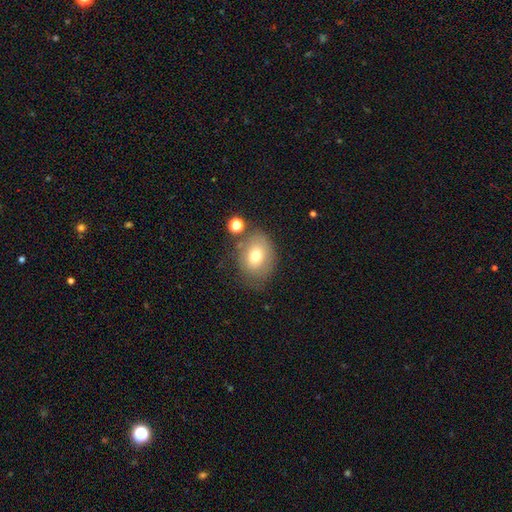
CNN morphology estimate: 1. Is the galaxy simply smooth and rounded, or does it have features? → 71% smooth, 19% featured or disk, 10% star or artifact.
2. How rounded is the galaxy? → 56% in between, 43% round, 1% cigar-shaped.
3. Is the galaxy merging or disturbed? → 61% none, 22% minor disturbance, 9% major disturbance, 8% merger.